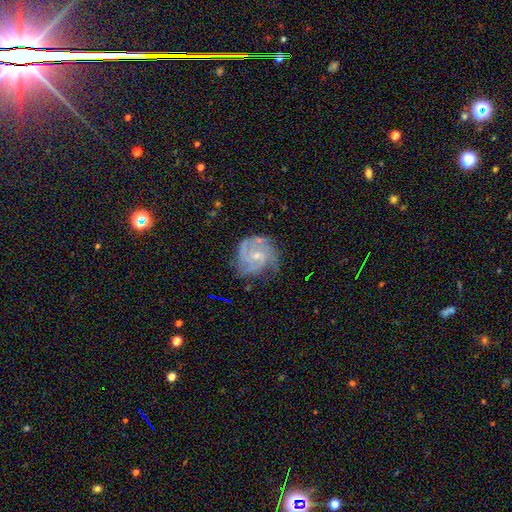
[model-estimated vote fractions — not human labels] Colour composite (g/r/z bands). It shows a featured or disk galaxy (85%) with no bar (59%), 3 (37%) tight (52%) spiral arms (96%) and a small central bulge (66%). Merging: none (63%).